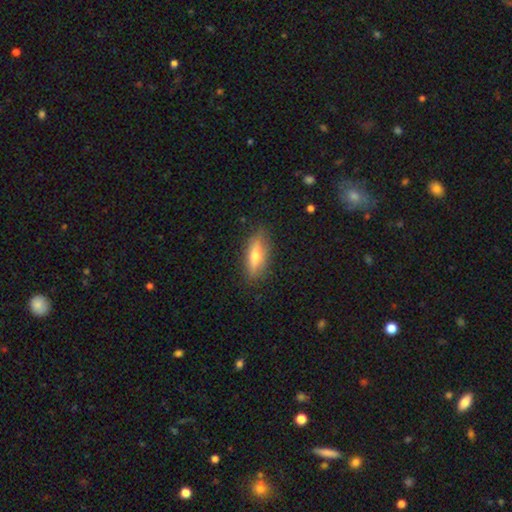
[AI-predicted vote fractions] Smooth or featured? Predicted: smooth (p=0.50). How rounded? Predicted: cigar-shaped (p=0.49). Merging? Predicted: none (p=0.84).